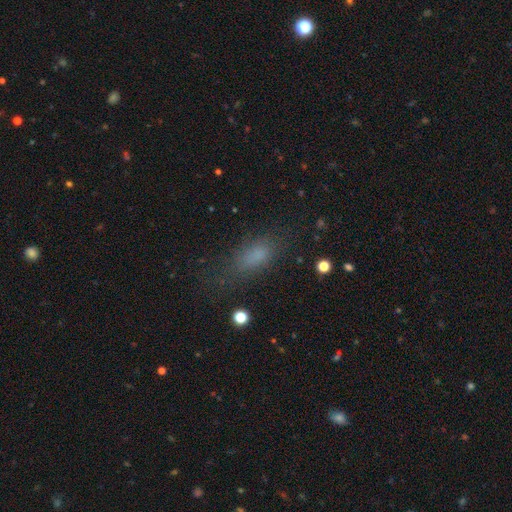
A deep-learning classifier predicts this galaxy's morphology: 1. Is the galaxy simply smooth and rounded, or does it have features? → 75% smooth, 15% star or artifact, 10% featured or disk.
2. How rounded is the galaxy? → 72% in between, 22% cigar-shaped, 6% round.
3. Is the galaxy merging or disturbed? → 66% none, 20% minor disturbance, 12% major disturbance, 2% merger.